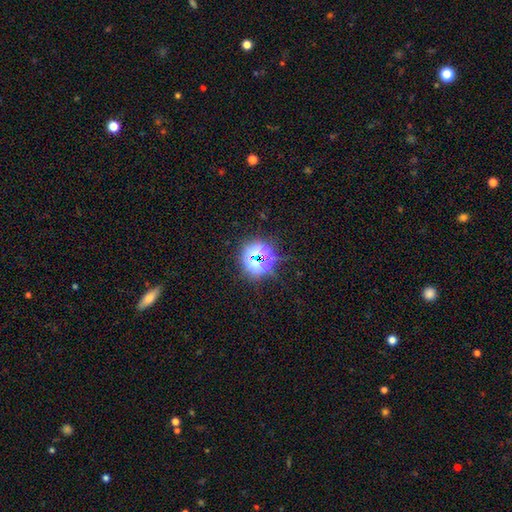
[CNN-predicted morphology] star or artifact 72%, smooth 19%, featured or disk 9%.